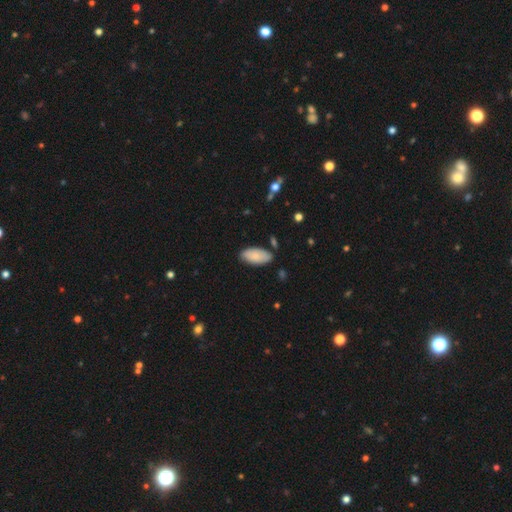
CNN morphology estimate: A smooth galaxy with no disk features (82%) that is in between round and cigar-shaped (93%). Merging: none (79%).